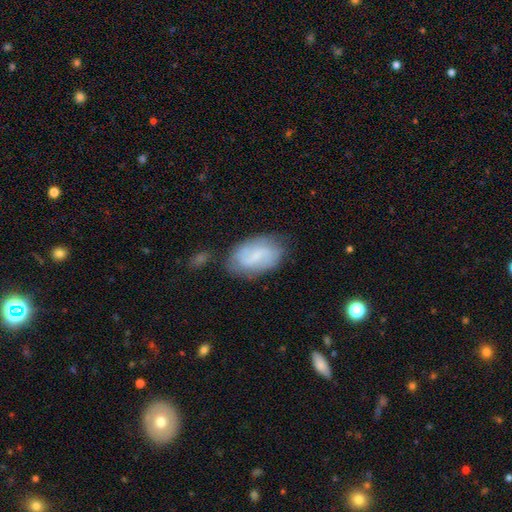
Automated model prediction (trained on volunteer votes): smooth_or_featured: featured or disk (p=0.55) [alt: smooth p=0.38]
disk_edge_on: no (p=0.96) [alt: yes p=0.04]
bar: weak (p=0.55) [alt: no p=0.25]
has_spiral_arms: yes (p=0.82) [alt: no p=0.18]
bulge_size: small (p=0.54) [alt: none p=0.27]
merging: none (p=0.71) [alt: minor disturbance p=0.19]